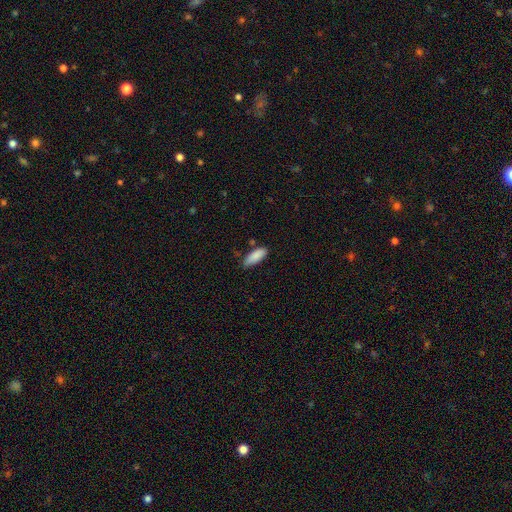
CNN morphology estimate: Overall: smooth (88%). How rounded: in between (67%; cigar-shaped 31%). Merging: none (76%).